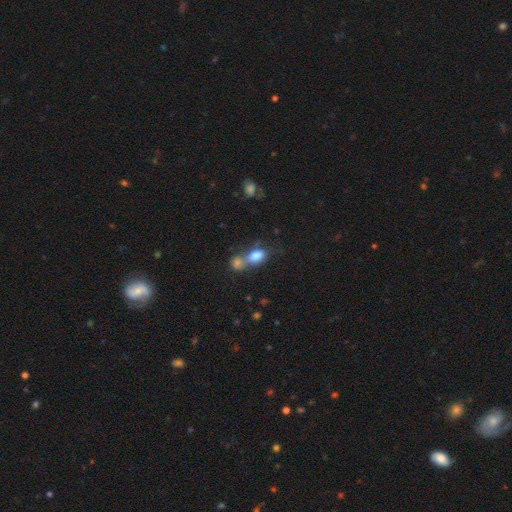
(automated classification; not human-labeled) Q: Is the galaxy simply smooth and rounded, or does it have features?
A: smooth — 79%.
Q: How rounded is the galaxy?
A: in between — 76%.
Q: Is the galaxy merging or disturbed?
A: merger — 62%.